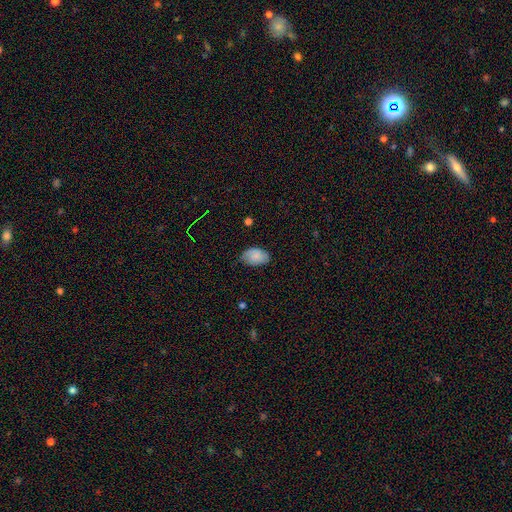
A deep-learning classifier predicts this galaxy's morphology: smooth_or_featured: smooth (p=0.79) [alt: featured or disk p=0.14]
how_rounded: in between (p=0.90) [alt: round p=0.09]
merging: none (p=0.63) [alt: minor disturbance p=0.30]